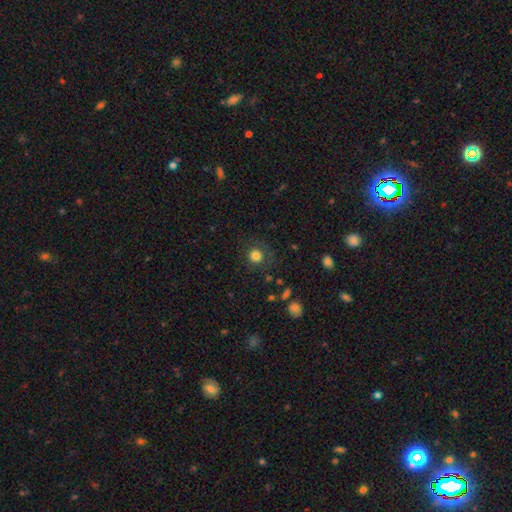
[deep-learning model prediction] A smooth galaxy with no disk features (81%) that is round (91%). Merging: none (80%).